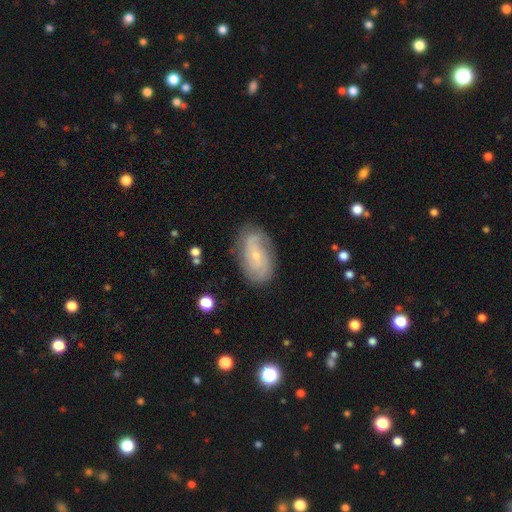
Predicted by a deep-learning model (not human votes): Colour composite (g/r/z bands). It shows a featured or disk galaxy (72%) with no bar (64%), 2 (51%) tight (46%) spiral arms (88%) and a small central bulge (79%). Merging: none (77%).